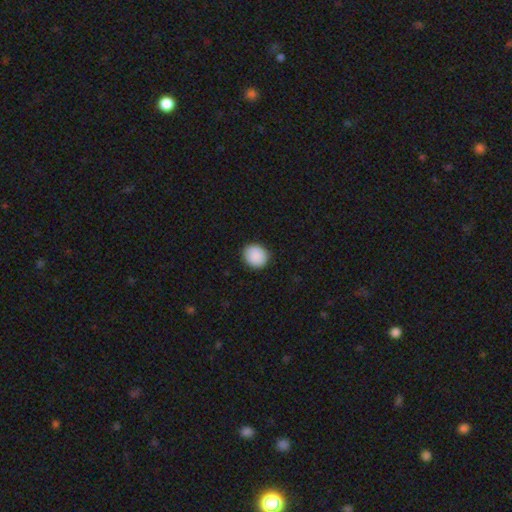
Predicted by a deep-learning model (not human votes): smooth 90%, star or artifact 7%, featured or disk 3%. Down the decision tree: how rounded — round (79%); merging — none (90%).